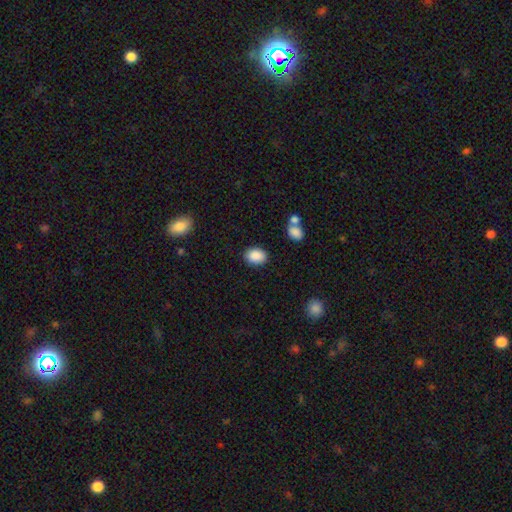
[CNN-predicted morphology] Overall: smooth (89%). How rounded: in between (76%). Merging: none (84%).